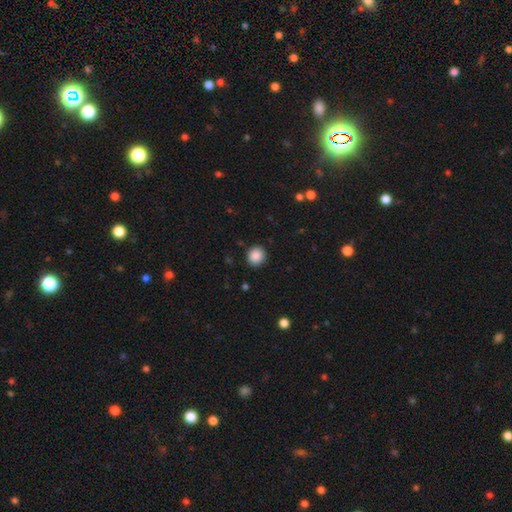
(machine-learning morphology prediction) A smooth galaxy with no disk features (88%) that is round (86%).

Vote fractions:
- Smooth or featured? smooth: 88% / star or artifact: 9% / featured or disk: 3%
- How rounded? round: 86% / in between: 13% / cigar-shaped: 1%
- Merging? none: 90% / minor disturbance: 7% / major disturbance: 2% / merger: 1%